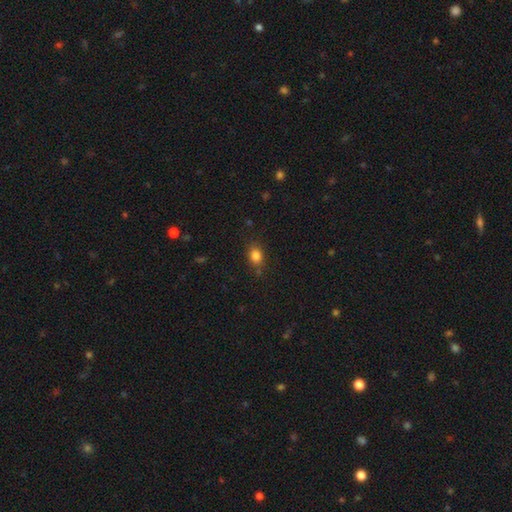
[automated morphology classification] This appears to be a smooth galaxy with no disk features (83%) that is in between round and cigar-shaped (62%). Merging: none (78%).